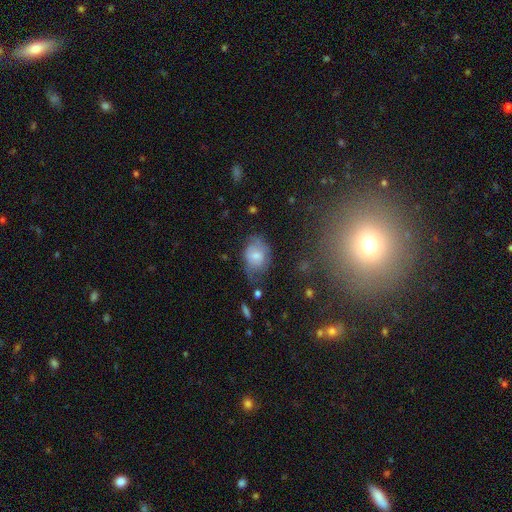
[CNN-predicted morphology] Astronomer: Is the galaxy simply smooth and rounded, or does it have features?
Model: smooth — 54% (runner-up: featured or disk, 37%).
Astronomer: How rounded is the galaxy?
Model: in between — 68%.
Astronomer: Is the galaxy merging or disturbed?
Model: none — 44% (runner-up: minor disturbance, 35%).